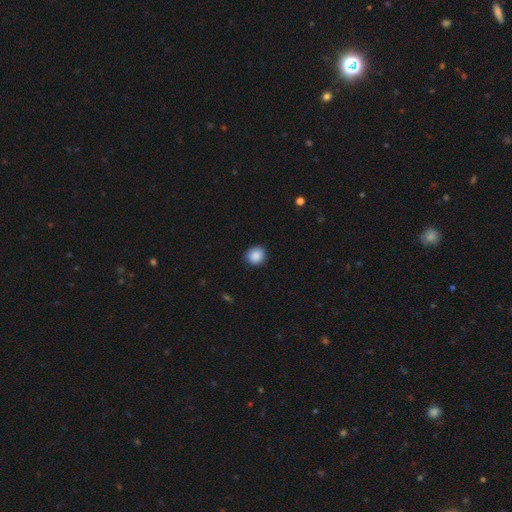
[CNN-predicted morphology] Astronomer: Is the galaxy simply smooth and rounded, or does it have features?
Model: smooth — 89%.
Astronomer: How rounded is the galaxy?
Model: round — 83%.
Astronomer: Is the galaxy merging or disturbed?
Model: none — 88%.